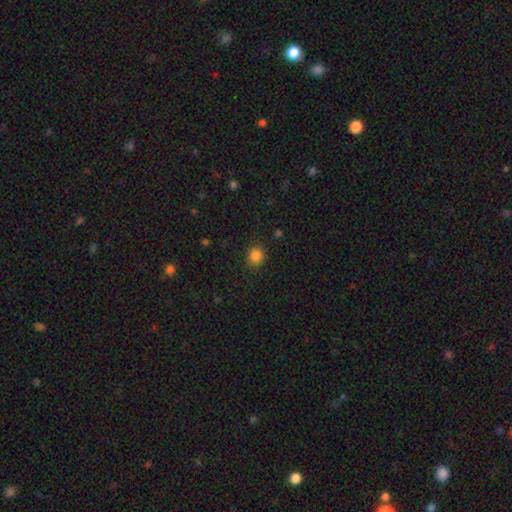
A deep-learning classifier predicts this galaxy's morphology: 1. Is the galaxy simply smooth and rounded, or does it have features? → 85% smooth, 11% star or artifact, 4% featured or disk.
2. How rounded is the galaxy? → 77% round, 22% in between, 1% cigar-shaped.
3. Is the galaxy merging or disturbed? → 87% none, 9% minor disturbance, 3% major disturbance, 1% merger.